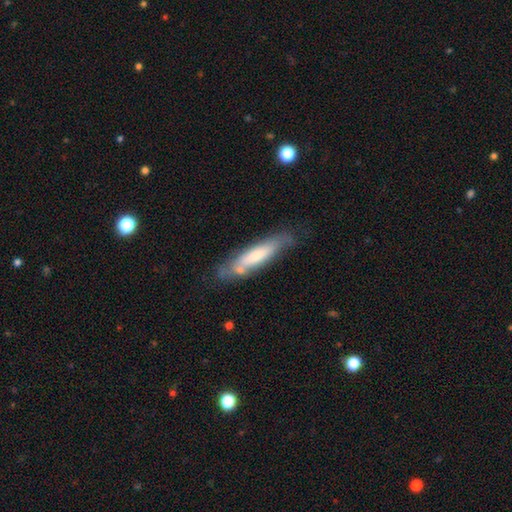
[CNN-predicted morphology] Q: Smooth or featured?
A: smooth (57%); runner-up: featured or disk (37%)
Q: How rounded?
A: cigar-shaped (77%); runner-up: in between (22%)
Q: Merging?
A: none (62%); runner-up: minor disturbance (23%)